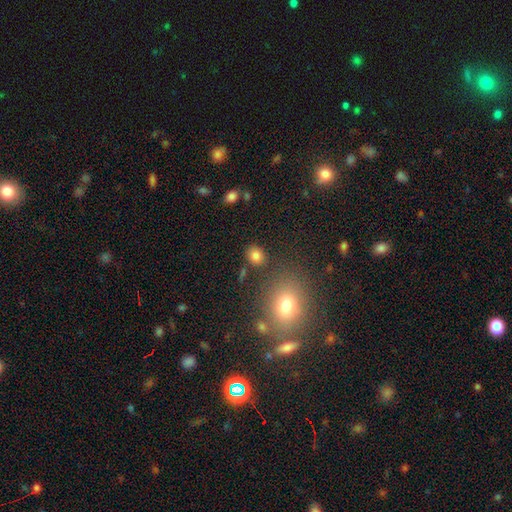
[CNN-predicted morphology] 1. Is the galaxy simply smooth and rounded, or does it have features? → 83% smooth, 12% star or artifact, 6% featured or disk.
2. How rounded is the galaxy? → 61% round, 38% in between, 1% cigar-shaped.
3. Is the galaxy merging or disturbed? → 82% none, 9% minor disturbance, 6% merger, 3% major disturbance.